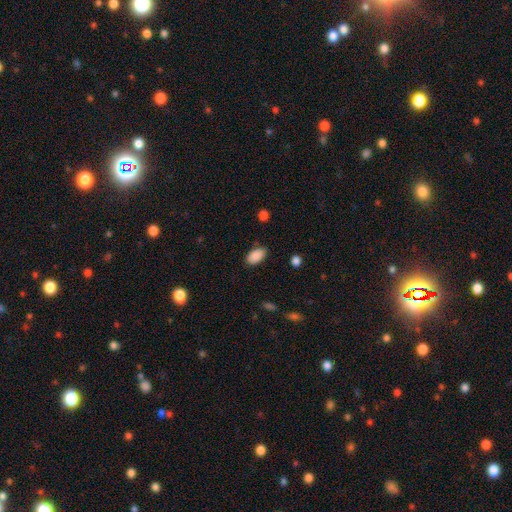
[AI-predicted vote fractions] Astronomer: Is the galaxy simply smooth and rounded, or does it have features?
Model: smooth — 89%.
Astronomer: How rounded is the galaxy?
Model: in between — 93%.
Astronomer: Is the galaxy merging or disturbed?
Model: none — 83%.